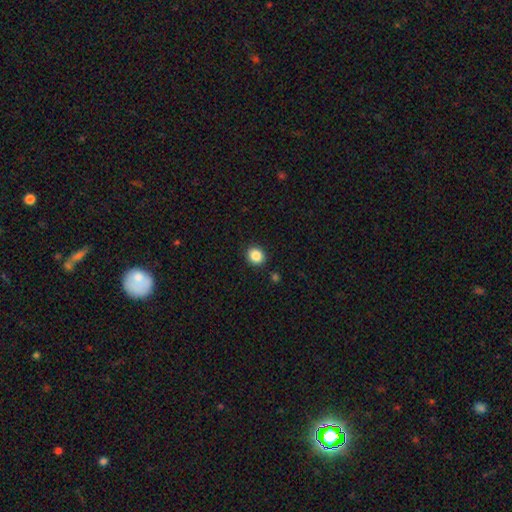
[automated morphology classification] Q: Smooth or featured?
A: smooth (86%); runner-up: star or artifact (10%)
Q: How rounded?
A: round (79%); runner-up: in between (20%)
Q: Merging?
A: none (90%); runner-up: minor disturbance (6%)